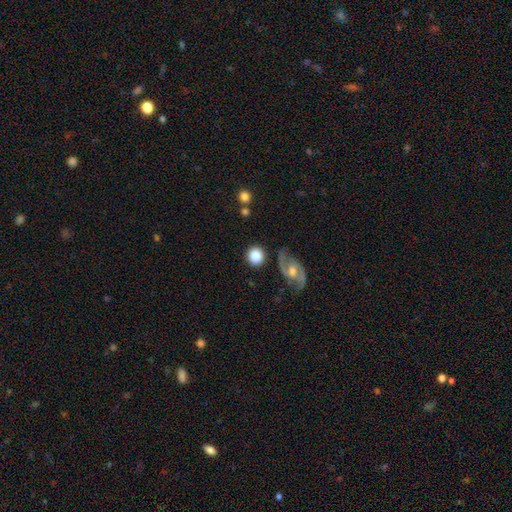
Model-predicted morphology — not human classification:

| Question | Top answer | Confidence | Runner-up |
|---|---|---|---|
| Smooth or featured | smooth | 76% | featured or disk (16%) |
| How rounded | round | 89% | in between (10%) |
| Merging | none | 78% | minor disturbance (12%) |